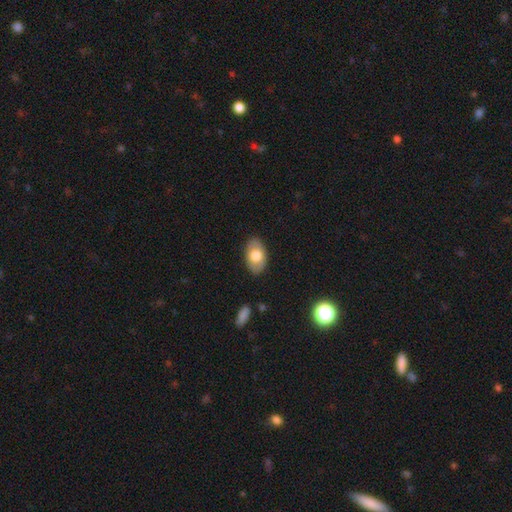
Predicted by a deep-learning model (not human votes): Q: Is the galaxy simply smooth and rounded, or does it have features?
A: smooth — 70%.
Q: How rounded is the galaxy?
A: in between — 91%.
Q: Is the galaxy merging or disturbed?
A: none — 86%.